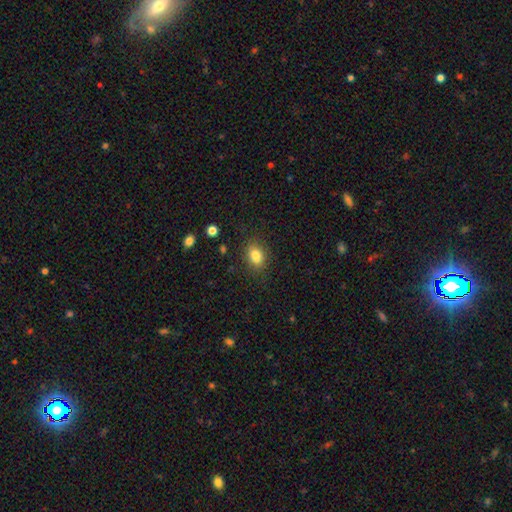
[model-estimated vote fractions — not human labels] Smooth or featured: smooth — 83% (star or artifact — 10%)
How rounded: in between — 76% (round — 22%)
Merging: none — 80% (minor disturbance — 14%)